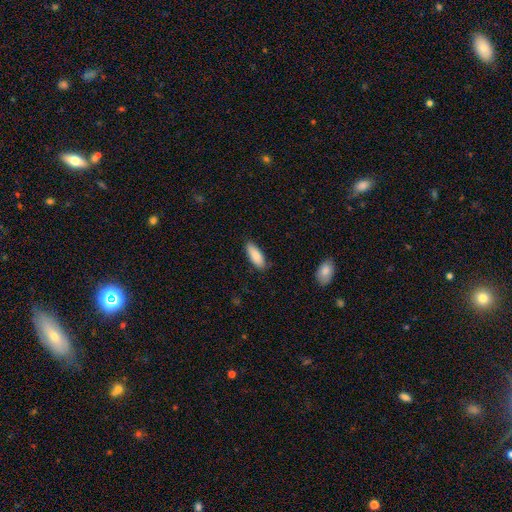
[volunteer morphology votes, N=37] Q: Smooth or featured?
A: smooth (78%); runner-up: featured or disk (16%)
Q: How rounded?
A: in between (62%); runner-up: cigar-shaped (38%)
Q: Merging?
A: none (91%); runner-up: minor disturbance (6%)